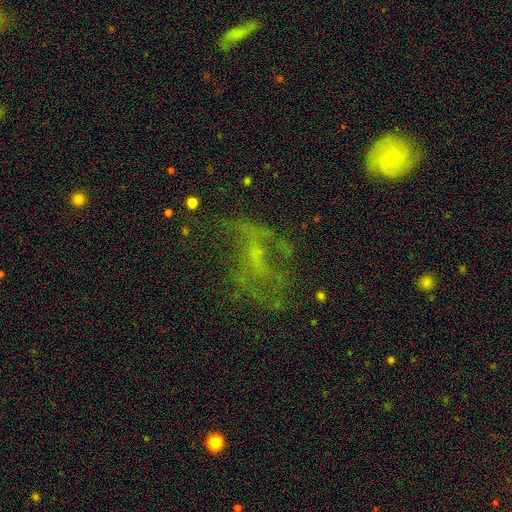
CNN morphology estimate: Smooth or featured: featured or disk — 56% (star or artifact — 25%)
Edge-on disk: no — 96% (yes — 4%)
Bar: no — 66% (weak — 26%)
Spiral arms: no — 54% (yes — 46%)
Bulge size: none — 50% (small — 36%)
Merging: none — 41% (major disturbance — 39%)